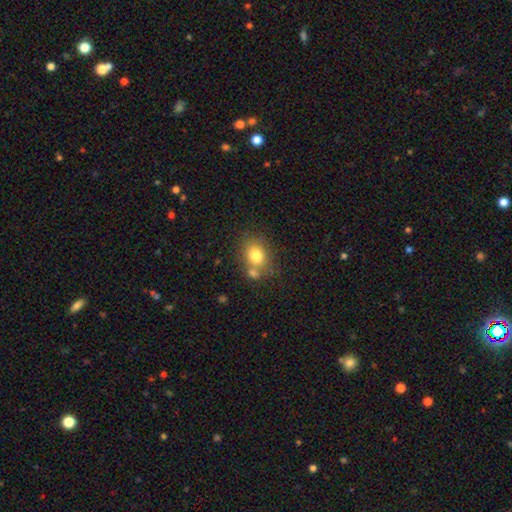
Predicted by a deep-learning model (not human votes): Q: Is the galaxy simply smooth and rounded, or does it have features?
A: smooth — 77%.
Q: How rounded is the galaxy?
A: round — 59%.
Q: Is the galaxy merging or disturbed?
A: none — 56%.